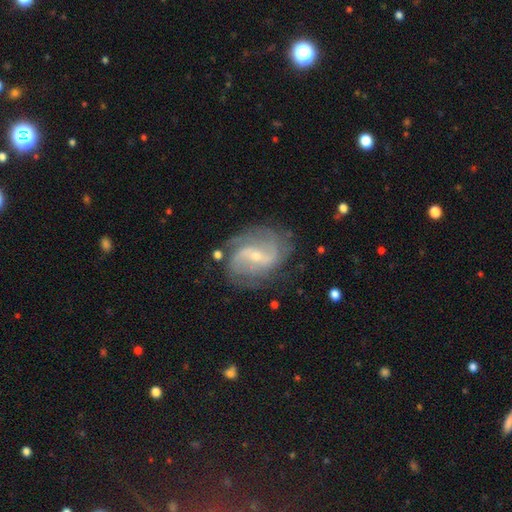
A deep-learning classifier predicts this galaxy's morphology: This is clearly a featured or disk galaxy (87%). It is clearly not viewed edge-on (97%). Bar: possibly weak (50%). Spiral arm pattern: clearly yes (95%). Spiral arm count: likely 2 (61%). Spiral winding: possibly medium (45%). Central bulge: likely small (70%). Merging: likely none (71%).